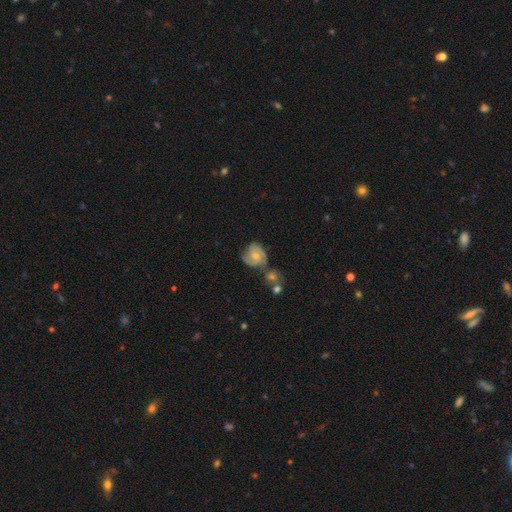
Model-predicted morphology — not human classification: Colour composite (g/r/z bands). It shows a featured or disk galaxy (65%) with no bar (65%), 2 (53%) tight (52%) spiral arms (89%) and a moderate central bulge (52%). Merging: none (45%).